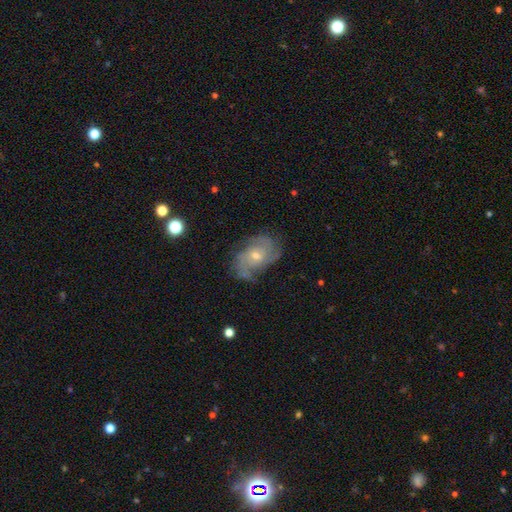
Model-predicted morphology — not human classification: type=featured or disk (76%); edge-on=no (96%); bar=no (75%); spiral arms=yes (90%); winding=tight (42%); arm count=can't tell (31%); bulge=small (57%); merging=none (66%).